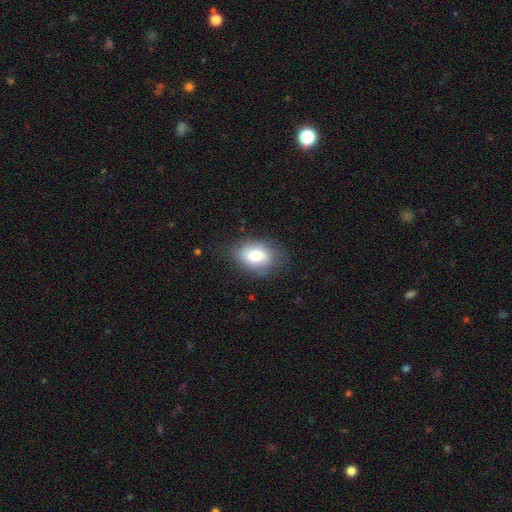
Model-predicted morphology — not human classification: Smooth or featured?
  - smooth: 76% *
  - featured or disk: 16%
  - star or artifact: 8%
How rounded?
  - in between: 74% *
  - round: 24%
  - cigar-shaped: 1%
Merging?
  - none: 70% *
  - minor disturbance: 22%
  - major disturbance: 7%
  - merger: 1%